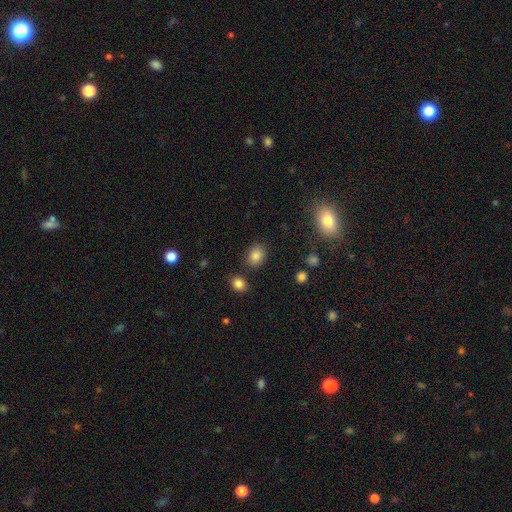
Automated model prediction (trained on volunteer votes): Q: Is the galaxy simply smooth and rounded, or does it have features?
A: smooth — 84%.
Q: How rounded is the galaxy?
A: in between — 61%.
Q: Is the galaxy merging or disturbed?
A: none — 82%.